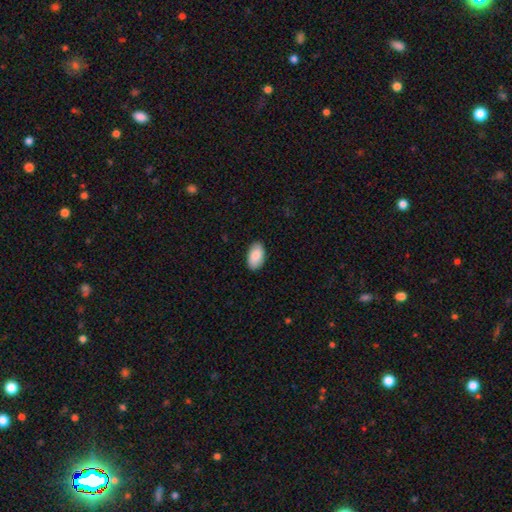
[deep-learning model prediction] This appears to be a smooth galaxy with no disk features (88%) that is in between round and cigar-shaped (95%). Merging: none (88%).